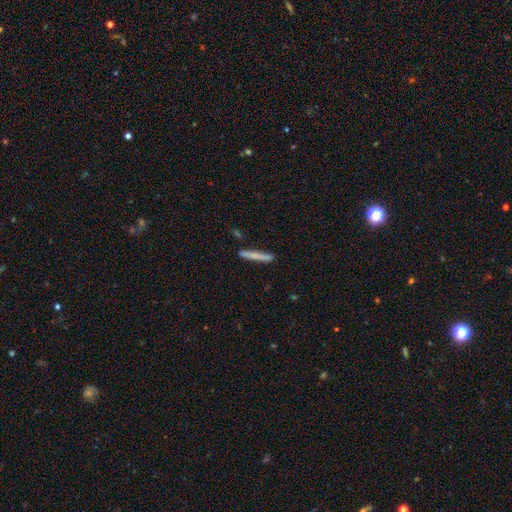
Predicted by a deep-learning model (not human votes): This appears to be a smooth galaxy with no disk features (71%) that is cigar-shaped (96%). Merging: none (88%).